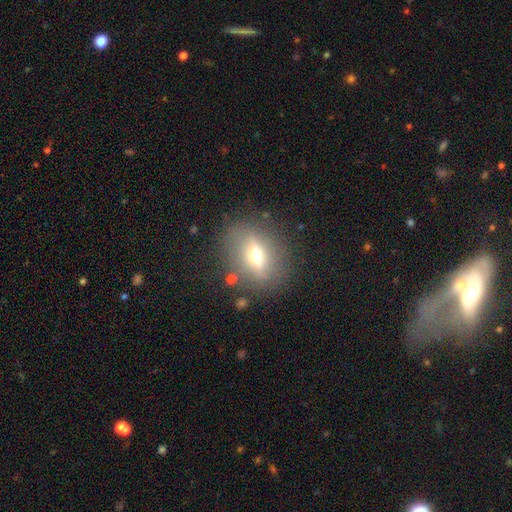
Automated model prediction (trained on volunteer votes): This is possibly a featured or disk galaxy (52%). It is likely viewed edge-on (61%). Merging: clearly none (81%).